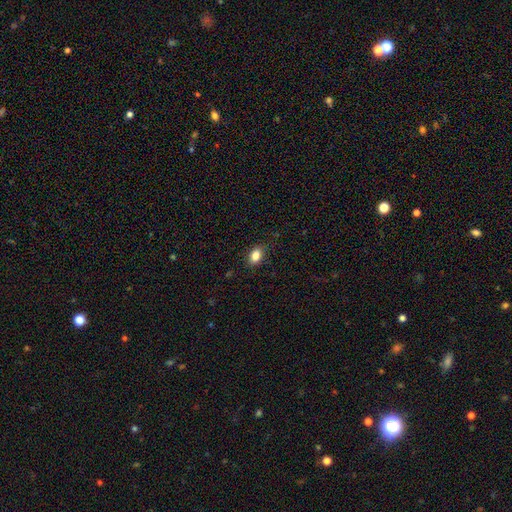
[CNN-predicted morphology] A smooth galaxy with no disk features (84%) that is in between round and cigar-shaped (80%). Merging: none (86%).